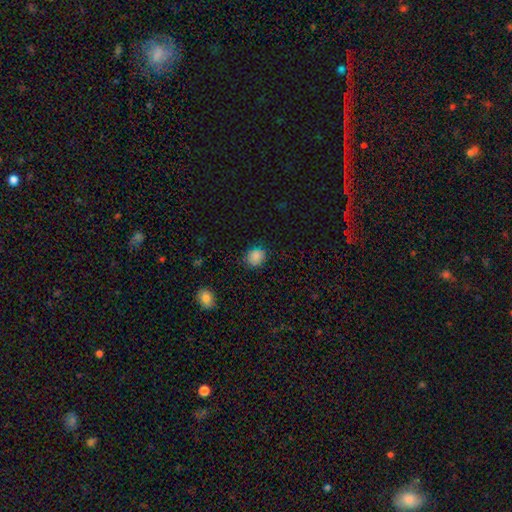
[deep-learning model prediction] Smooth or featured? Predicted: smooth (p=0.83). How rounded? Predicted: round (p=0.64). Merging? Predicted: none (p=0.80).